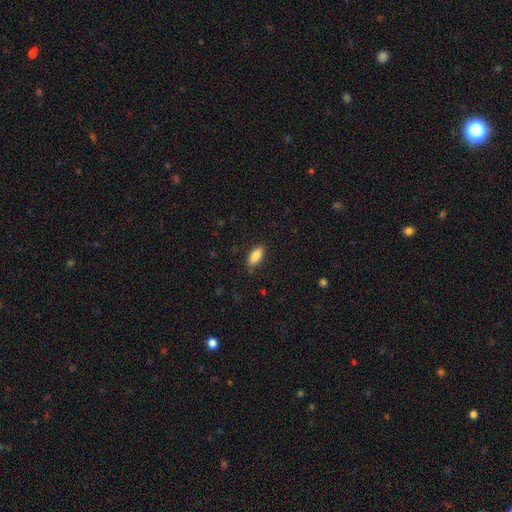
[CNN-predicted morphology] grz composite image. It shows a smooth galaxy with no disk features (86%) that is in between round and cigar-shaped (85%). Merging: none (84%).